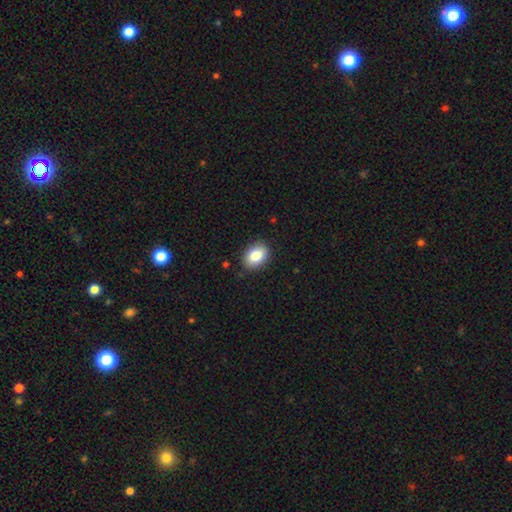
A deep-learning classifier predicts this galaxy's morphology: Q: Smooth or featured?
A: smooth (83%); runner-up: featured or disk (9%)
Q: How rounded?
A: in between (76%); runner-up: round (22%)
Q: Merging?
A: none (87%); runner-up: minor disturbance (10%)